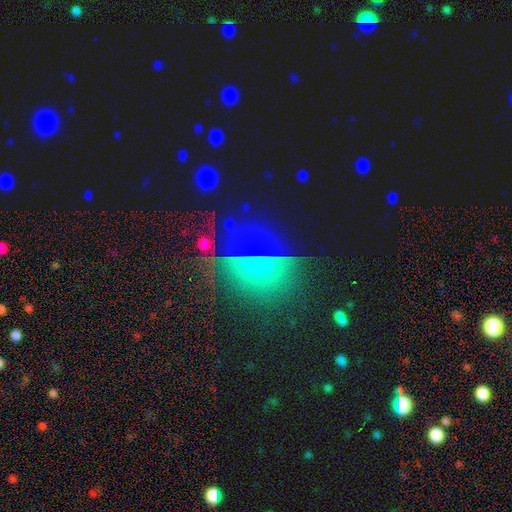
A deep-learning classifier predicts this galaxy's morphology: smooth_or_featured: star or artifact (p=0.50) [alt: smooth p=0.34]